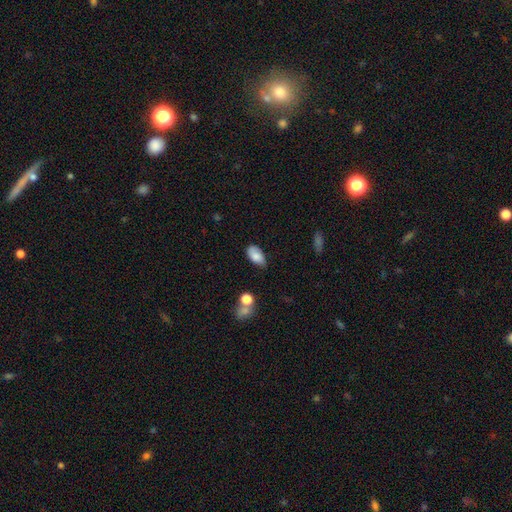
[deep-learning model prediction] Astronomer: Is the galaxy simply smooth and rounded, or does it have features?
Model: smooth — 79%.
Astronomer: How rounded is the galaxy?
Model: in between — 94%.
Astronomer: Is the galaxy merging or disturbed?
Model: none — 65%.